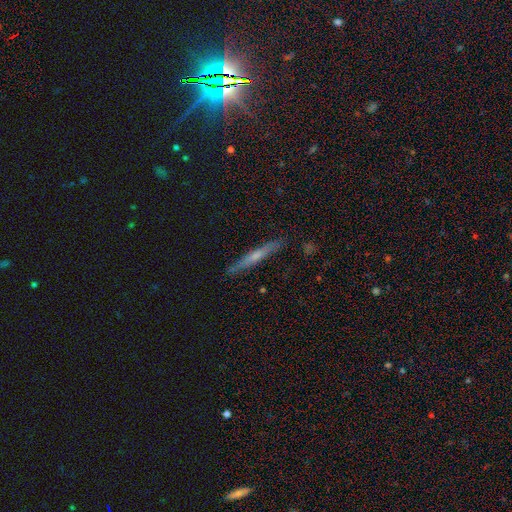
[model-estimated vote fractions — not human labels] Smooth or featured?
  - featured or disk: 55% *
  - smooth: 37%
  - star or artifact: 8%
Edge-on disk?
  - yes: 94% *
  - no: 6%
Edge-on bulge?
  - rounded: 53% *
  - none: 39%
  - boxy: 8%
Merging?
  - none: 87% *
  - minor disturbance: 9%
  - major disturbance: 2%
  - merger: 1%